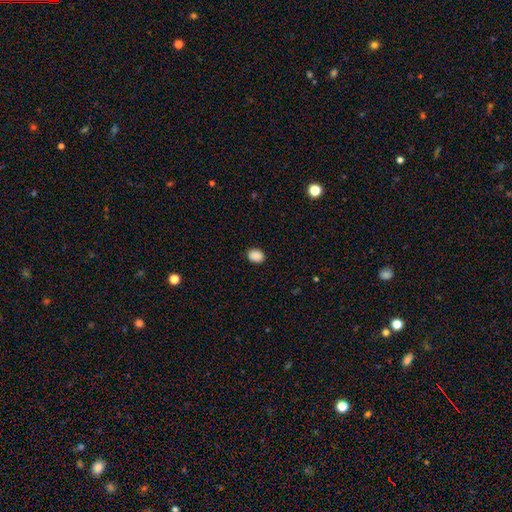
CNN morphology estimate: The model was most divided on "how rounded": in between: 63%, round: 36%, cigar-shaped: 1%. More confident: smooth or featured — smooth (89%); merging — none (89%).